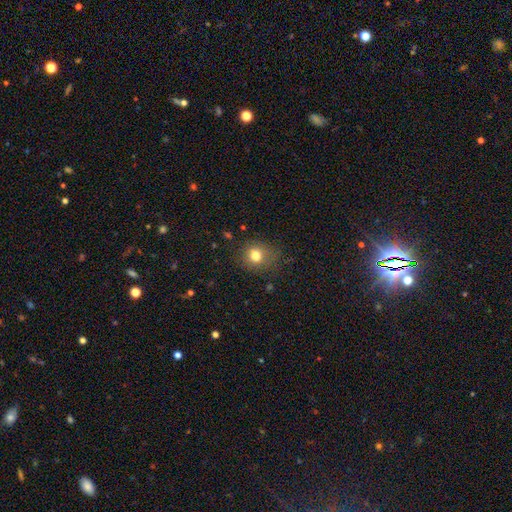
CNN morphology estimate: smooth 78%, star or artifact 12%, featured or disk 9%. Down the decision tree: how rounded — round (69%); merging — none (74%).